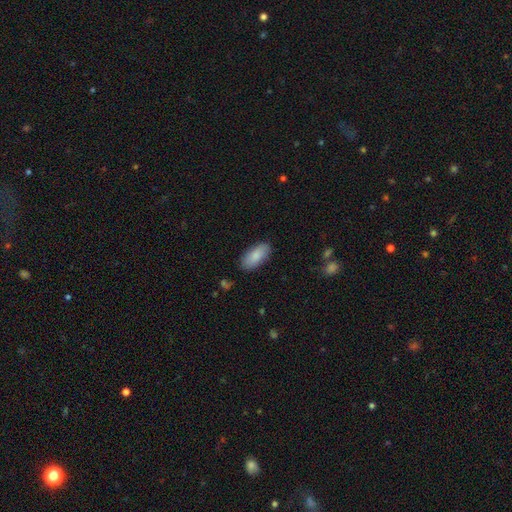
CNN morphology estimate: smooth-or-featured: smooth: 85% | featured or disk: 9% | star or artifact: 6%
  how-rounded: in between: 91% | cigar-shaped: 7% | round: 2%
  merging: none: 85% | minor disturbance: 11% | major disturbance: 2% | merger: 1%